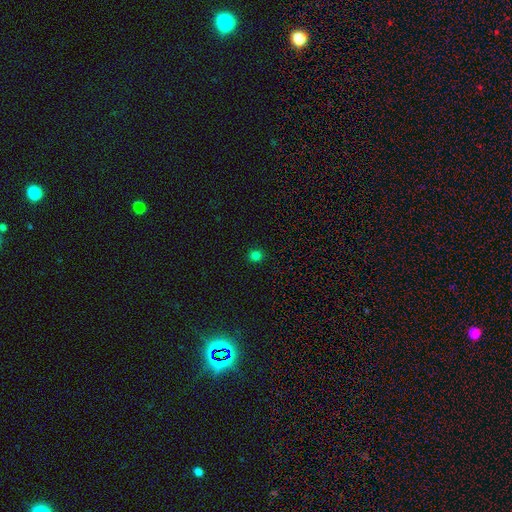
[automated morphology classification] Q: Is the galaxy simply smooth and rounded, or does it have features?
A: smooth — 80%.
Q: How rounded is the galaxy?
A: round — 93%.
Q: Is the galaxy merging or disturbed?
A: none — 92%.